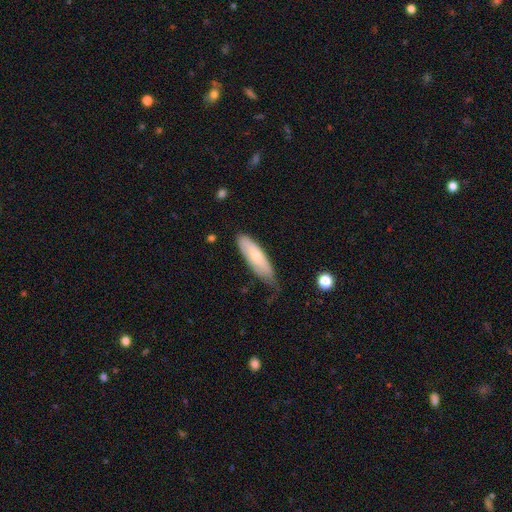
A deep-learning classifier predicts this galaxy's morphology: The model was most divided on "how rounded": cigar-shaped: 51%, in between: 47%, round: 2%. More confident: smooth or featured — smooth (64%); merging — none (54%).